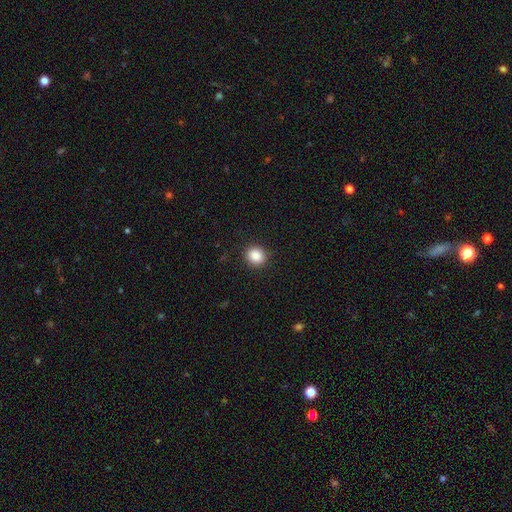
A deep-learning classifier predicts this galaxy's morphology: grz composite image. It shows a smooth galaxy with no disk features (87%) that is round (85%). Merging: none (90%).